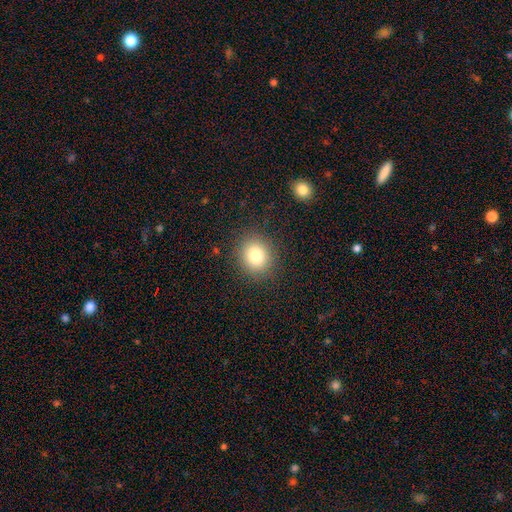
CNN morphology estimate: Smooth or featured?
  - smooth: 79% *
  - star or artifact: 12%
  - featured or disk: 9%
How rounded?
  - round: 79% *
  - in between: 20%
  - cigar-shaped: 1%
Merging?
  - none: 88% *
  - minor disturbance: 8%
  - major disturbance: 3%
  - merger: 1%